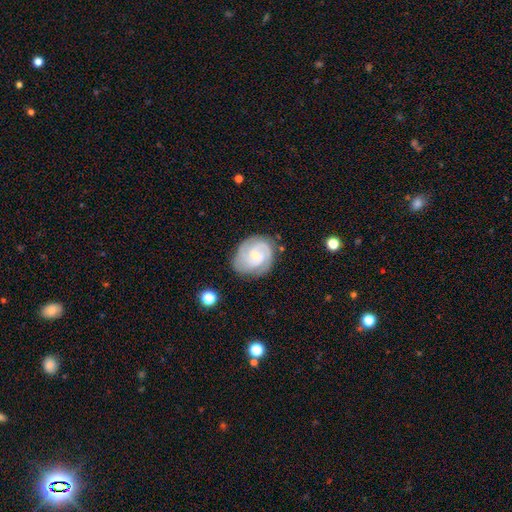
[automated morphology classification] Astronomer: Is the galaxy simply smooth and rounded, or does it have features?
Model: featured or disk — 86%.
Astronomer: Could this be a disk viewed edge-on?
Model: no — 98%.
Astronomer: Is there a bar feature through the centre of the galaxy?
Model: no — 57% (runner-up: weak, 36%).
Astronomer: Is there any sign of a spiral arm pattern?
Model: yes — 98%.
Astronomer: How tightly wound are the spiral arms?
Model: tight — 62%.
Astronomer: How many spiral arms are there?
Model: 2 — 37%, tied with 3 at 37%.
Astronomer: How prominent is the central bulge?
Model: small — 74%.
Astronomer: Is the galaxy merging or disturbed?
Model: none — 78%.